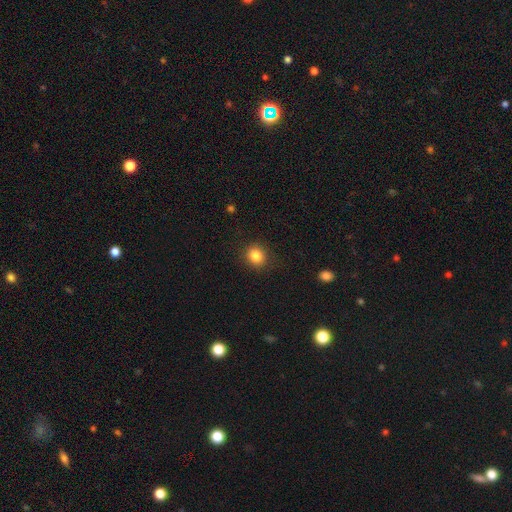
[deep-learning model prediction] Smooth or featured? smooth (84%)
How rounded? round (81%)
Merging? none (88%)